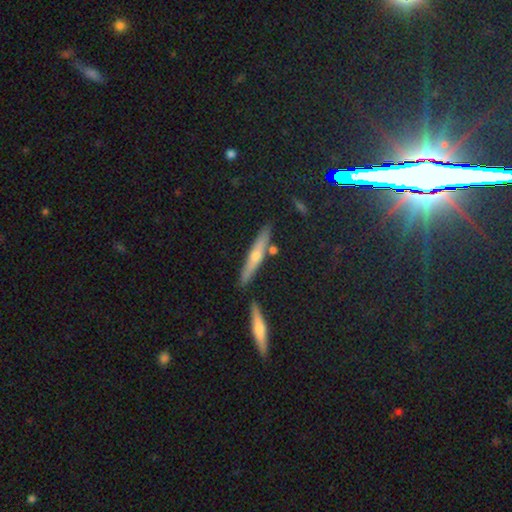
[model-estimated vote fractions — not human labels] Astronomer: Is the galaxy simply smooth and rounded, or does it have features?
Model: featured or disk — 48% (runner-up: smooth, 40%).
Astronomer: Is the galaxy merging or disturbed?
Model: none — 82%.